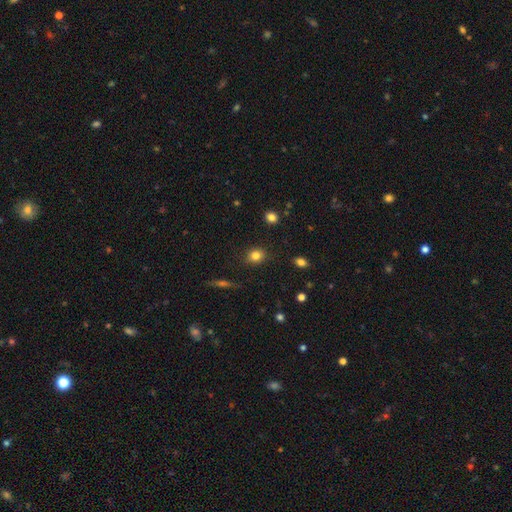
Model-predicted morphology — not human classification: Smooth or featured?
  - smooth: 82% *
  - star or artifact: 11%
  - featured or disk: 7%
How rounded?
  - round: 66% *
  - in between: 33%
  - cigar-shaped: 1%
Merging?
  - none: 88% *
  - minor disturbance: 9%
  - major disturbance: 2%
  - merger: 2%